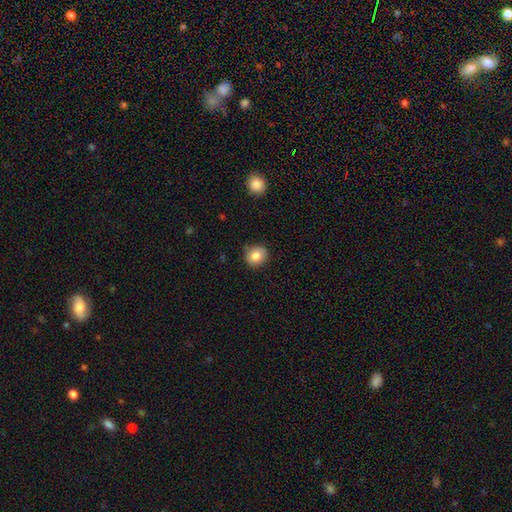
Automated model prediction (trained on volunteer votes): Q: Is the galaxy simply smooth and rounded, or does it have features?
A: smooth — 83%.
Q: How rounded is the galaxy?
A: round — 81%.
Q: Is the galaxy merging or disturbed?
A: none — 83%.